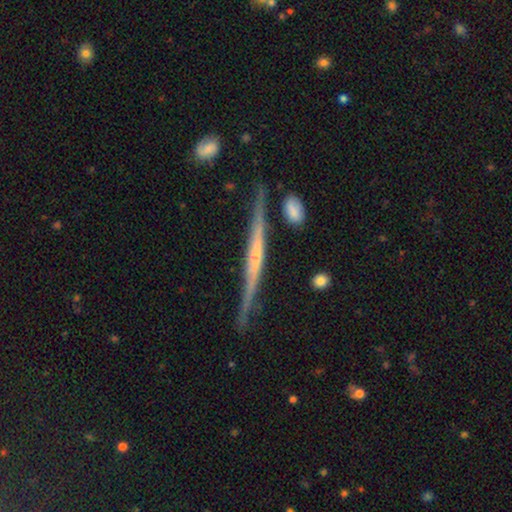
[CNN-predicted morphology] Smooth or featured? featured or disk (72%)
Edge-on disk? yes (96%)
Edge-on bulge? none (55%)
Merging? none (75%)